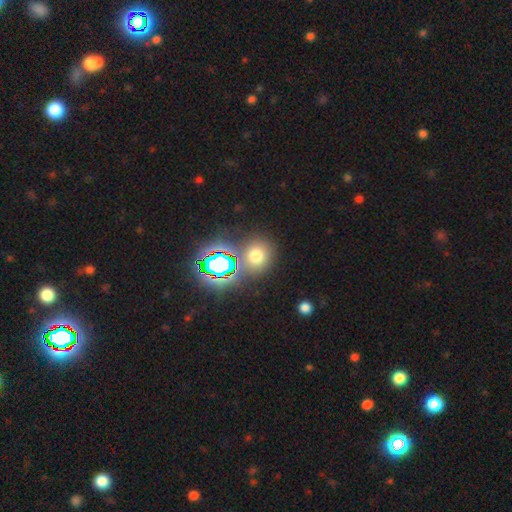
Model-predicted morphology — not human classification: type=smooth (61%); roundness=round (86%); merging=none (76%).